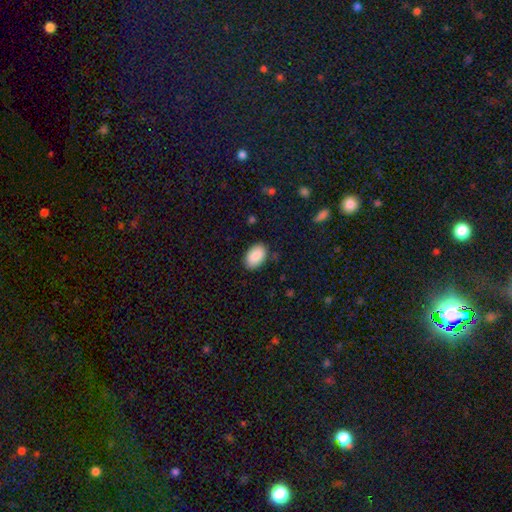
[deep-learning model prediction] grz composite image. It shows a smooth galaxy with no disk features (88%) that is in between round and cigar-shaped (91%). Merging: none (85%).